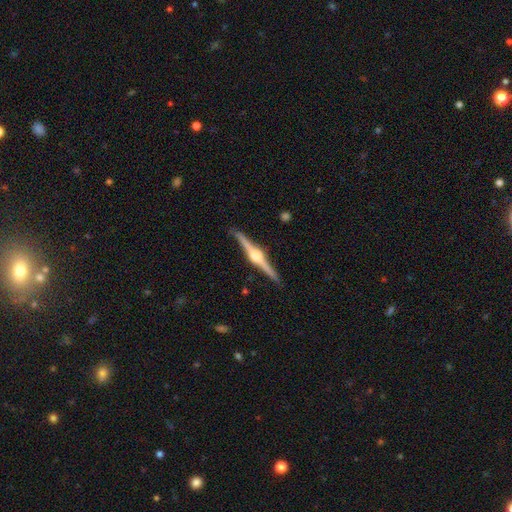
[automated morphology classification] This appears to be a featured or disk galaxy (87%) viewed edge-on (98%) with a rounded central bulge (93%). Merging: none (90%).